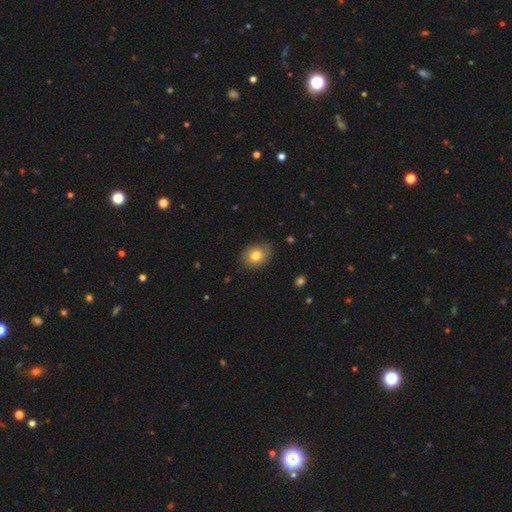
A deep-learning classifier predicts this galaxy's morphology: This appears to be a smooth galaxy with no disk features (78%) that is in between round and cigar-shaped (62%). Merging: none (80%).